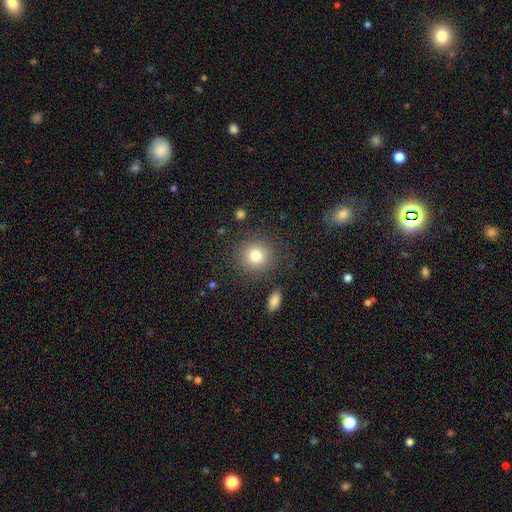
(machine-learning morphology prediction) smooth-or-featured: smooth: 80% | star or artifact: 11% | featured or disk: 9%
  how-rounded: round: 90% | in between: 9% | cigar-shaped: 1%
  merging: none: 86% | minor disturbance: 8% | major disturbance: 4% | merger: 3%